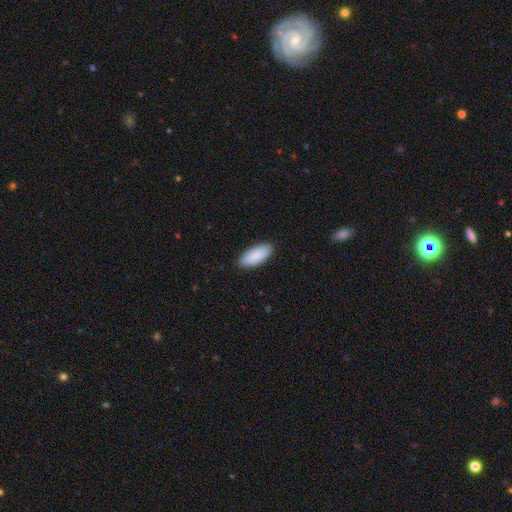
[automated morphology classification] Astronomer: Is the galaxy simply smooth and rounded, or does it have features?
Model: smooth — 88%.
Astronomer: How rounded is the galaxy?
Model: in between — 88%.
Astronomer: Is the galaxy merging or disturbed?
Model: none — 88%.